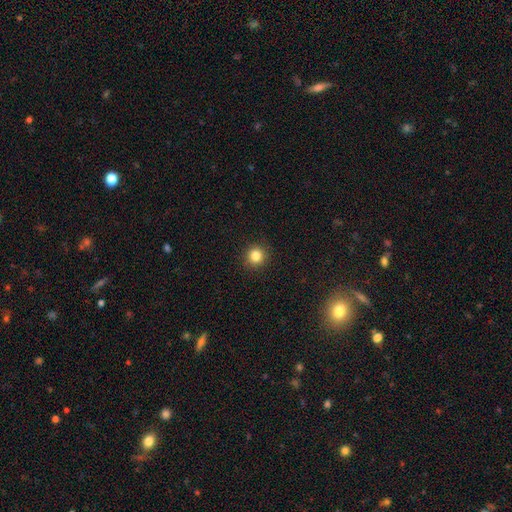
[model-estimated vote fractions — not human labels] Morphology: type=smooth (84%); roundness=round (93%); merging=none (92%).